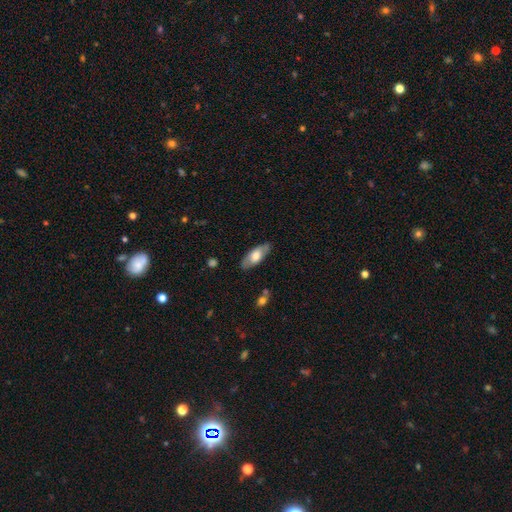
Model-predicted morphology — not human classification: The model was most divided on "smooth or featured": smooth: 59%, featured or disk: 35%, star or artifact: 6%. More confident: merging — none (82%); how rounded — in between (80%).